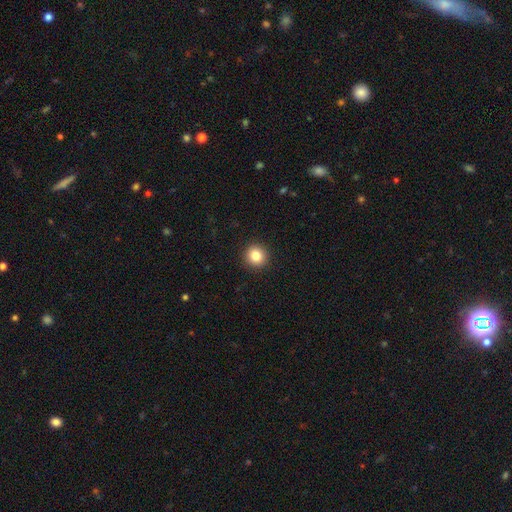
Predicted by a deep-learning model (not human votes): This is clearly a smooth galaxy (84%). How rounded: clearly round (94%). Merging: clearly none (93%).